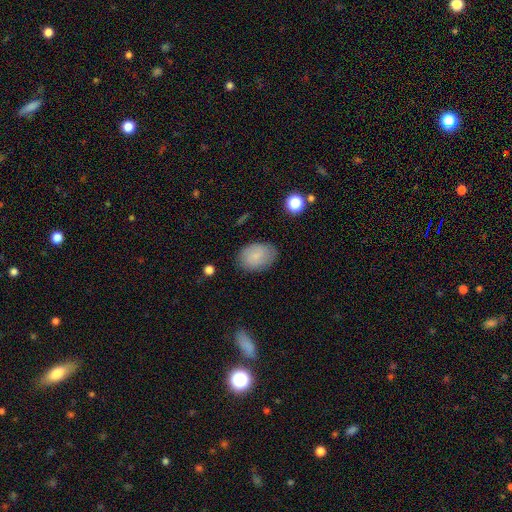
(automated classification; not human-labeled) Smooth or featured? Predicted: smooth (p=0.80). How rounded? Predicted: in between (p=0.83). Merging? Predicted: none (p=0.82).